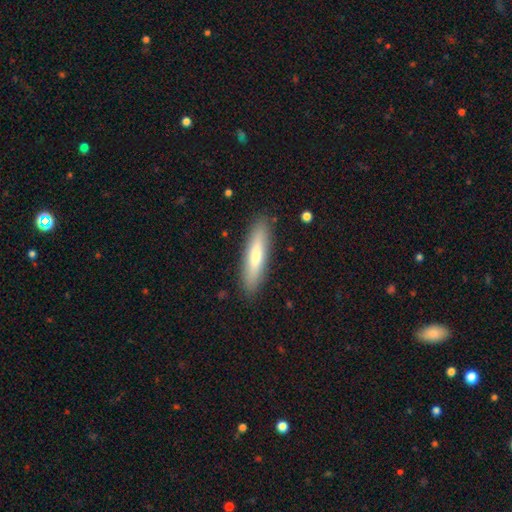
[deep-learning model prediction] smooth_or_featured: smooth (p=0.68) [alt: featured or disk p=0.26]
how_rounded: cigar-shaped (p=0.80) [alt: in between p=0.19]
merging: none (p=0.89) [alt: minor disturbance p=0.08]